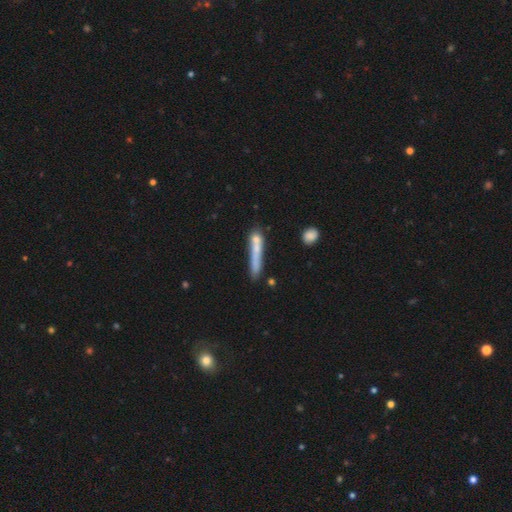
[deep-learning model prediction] Smooth or featured?
  - smooth: 56% *
  - featured or disk: 32%
  - star or artifact: 12%
How rounded?
  - cigar-shaped: 93% *
  - in between: 4%
  - round: 3%
Merging?
  - none: 67% *
  - minor disturbance: 17%
  - merger: 10%
  - major disturbance: 6%